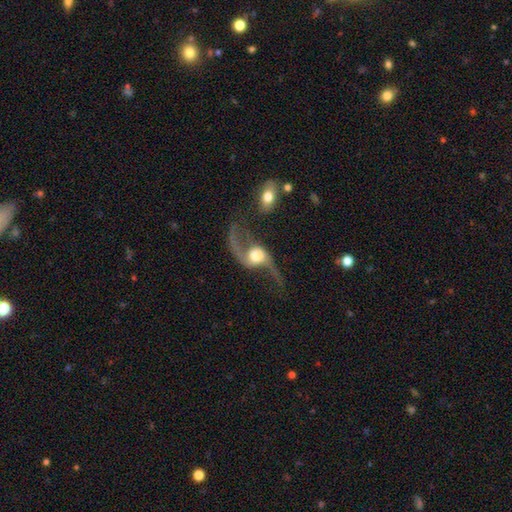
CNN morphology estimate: This appears to be a featured or disk galaxy (85%) with no bar (60%), 2 (92%) loose (90%) spiral arms (94%) and a large central bulge (42%). Merging: none (47%).